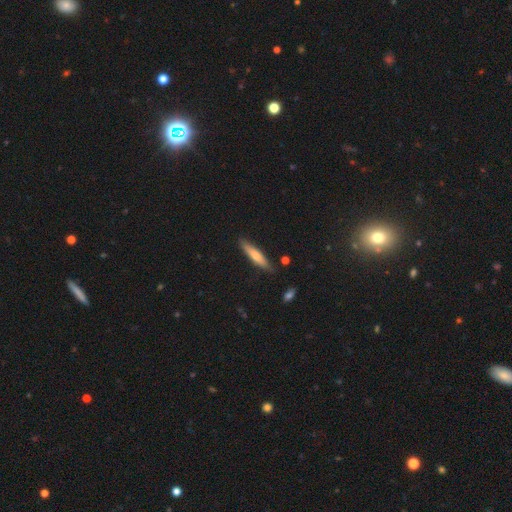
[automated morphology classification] This appears to be a smooth galaxy with no disk features (63%) that is cigar-shaped (86%). Merging: none (84%).